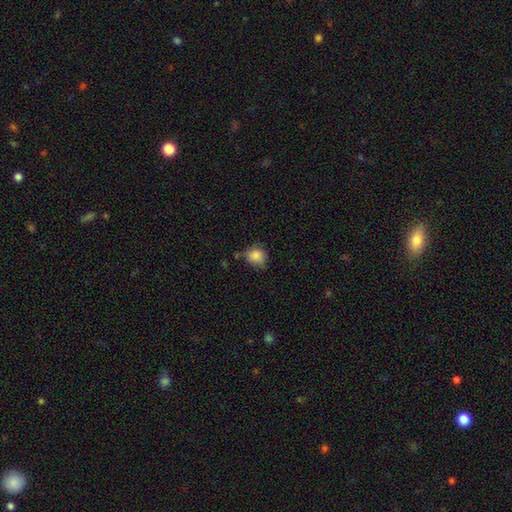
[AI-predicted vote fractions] smooth 86%, star or artifact 9%, featured or disk 5%. Down the decision tree: how rounded — round (78%); merging — none (58%).